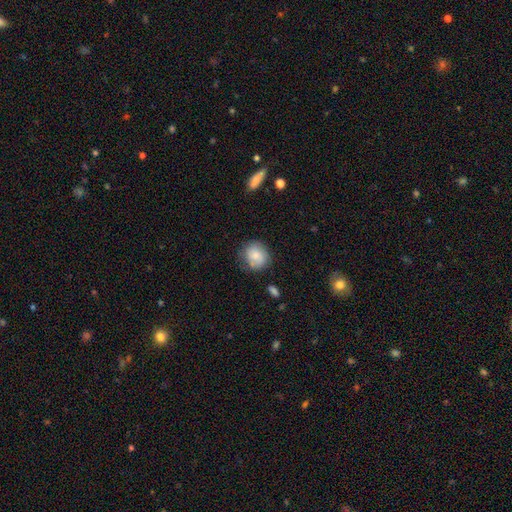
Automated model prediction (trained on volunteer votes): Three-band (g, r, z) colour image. It shows a smooth galaxy with no disk features (76%) that is round (78%). Merging: none (70%).